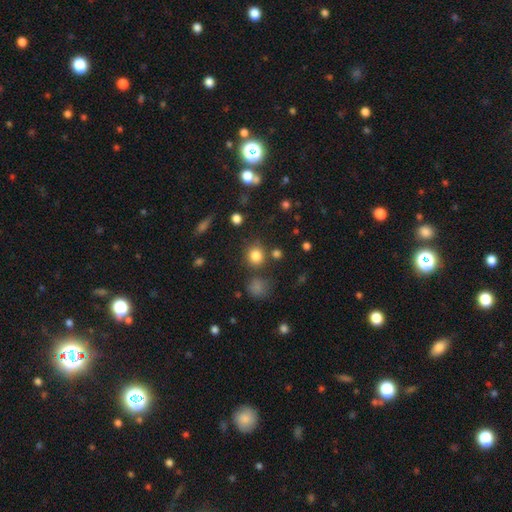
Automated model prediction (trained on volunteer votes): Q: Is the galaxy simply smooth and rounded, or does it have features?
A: smooth — 81%.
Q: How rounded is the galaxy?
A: round — 86%.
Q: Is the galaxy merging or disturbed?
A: none — 79%.